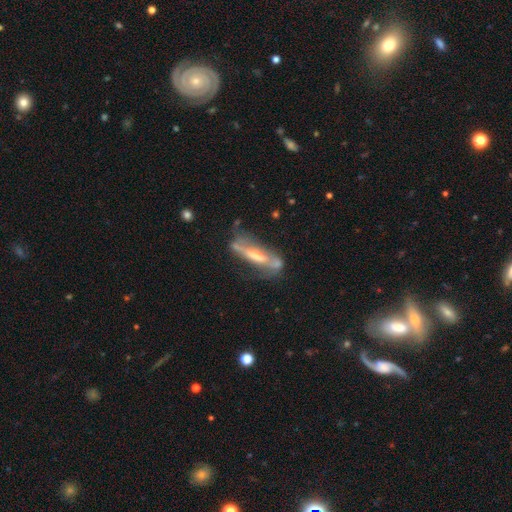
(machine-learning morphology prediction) The model was most divided on "edge-on disk": yes: 57%, no: 43%. More confident: smooth or featured — featured or disk (67%); merging — none (52%).